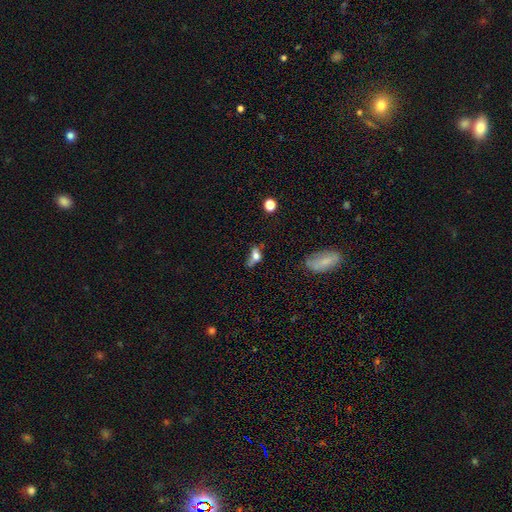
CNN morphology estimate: Overall: smooth (63%; featured or disk 24%). How rounded: in between (74%). Merging: none (30%; major disturbance 29%).